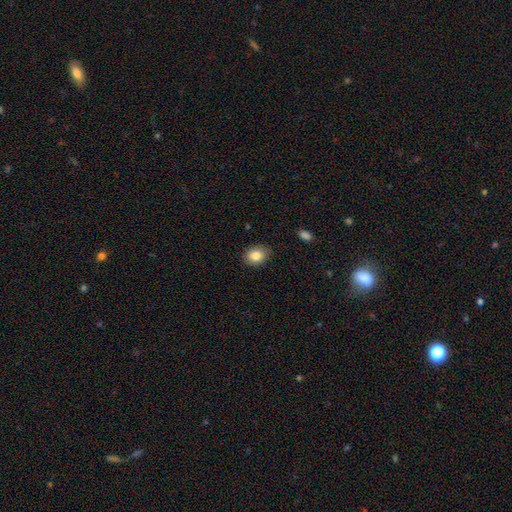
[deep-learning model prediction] Smooth or featured: smooth — 84% (star or artifact — 9%)
How rounded: in between — 62% (round — 37%)
Merging: none — 86% (minor disturbance — 11%)